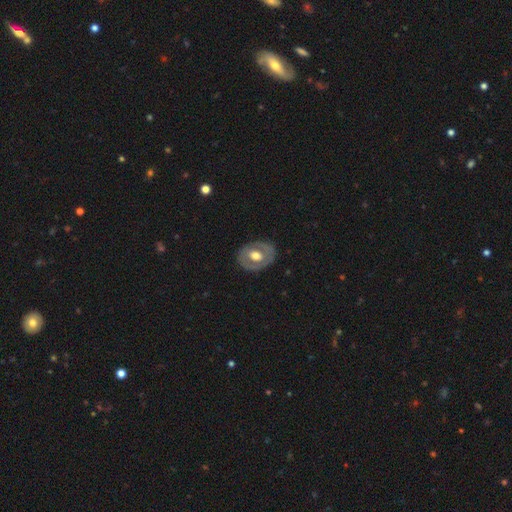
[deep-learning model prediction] Smooth or featured? featured or disk (55%)
Edge-on disk? no (94%)
Bar? no (73%)
Spiral arms? no (82%)
Bulge size? moderate (56%)
Merging? none (80%)